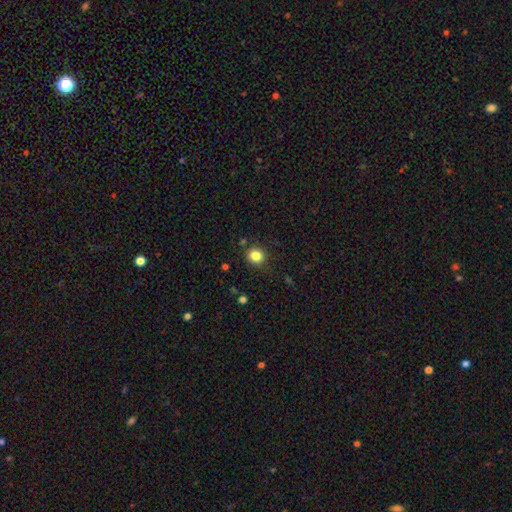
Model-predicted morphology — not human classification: Smooth or featured: smooth — 83% (star or artifact — 12%)
How rounded: round — 89% (in between — 10%)
Merging: none — 88% (minor disturbance — 7%)